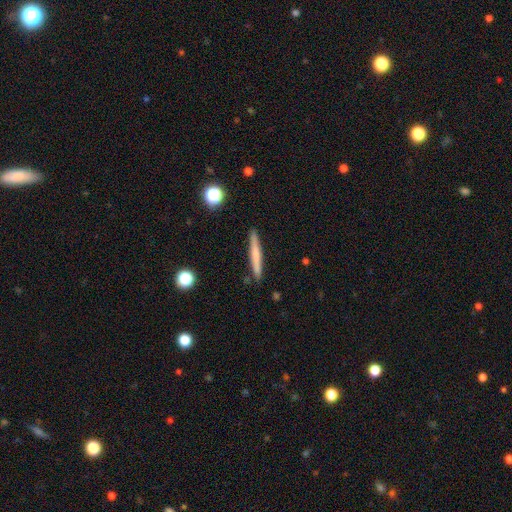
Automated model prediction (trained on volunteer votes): Smooth or featured: smooth — 61% (featured or disk — 32%)
How rounded: cigar-shaped — 96% (in between — 3%)
Merging: none — 89% (minor disturbance — 8%)